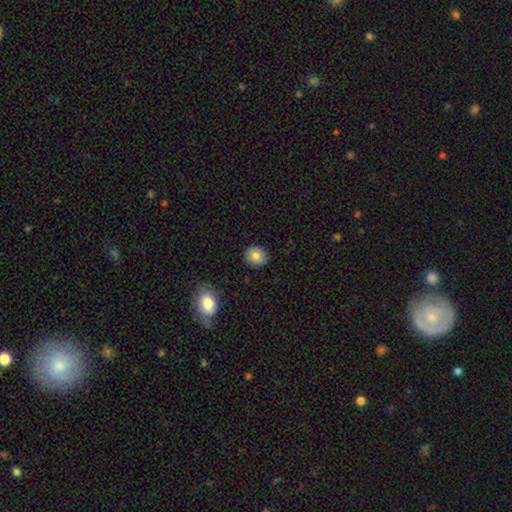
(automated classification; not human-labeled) This is clearly a smooth galaxy (83%). How rounded: likely round (79%). Merging: clearly none (89%).